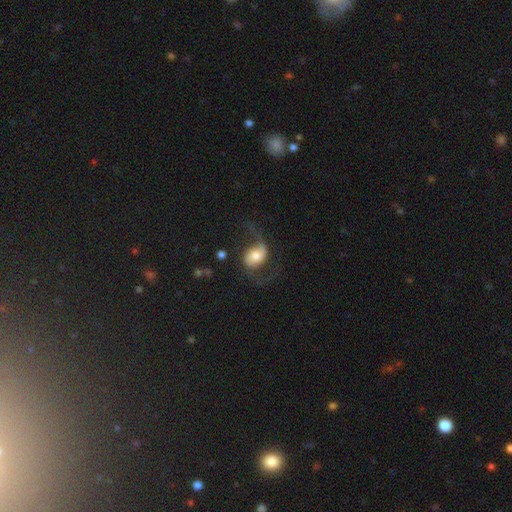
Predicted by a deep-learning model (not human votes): The model was most divided on "bar": no: 56%, weak: 32%, strong: 12%. More confident: edge-on disk — no (97%); spiral arms — yes (91%); spiral arm count — 2 (89%); spiral winding — loose (73%); smooth or featured — featured or disk (71%); merging — none (57%); bulge size — moderate (56%).